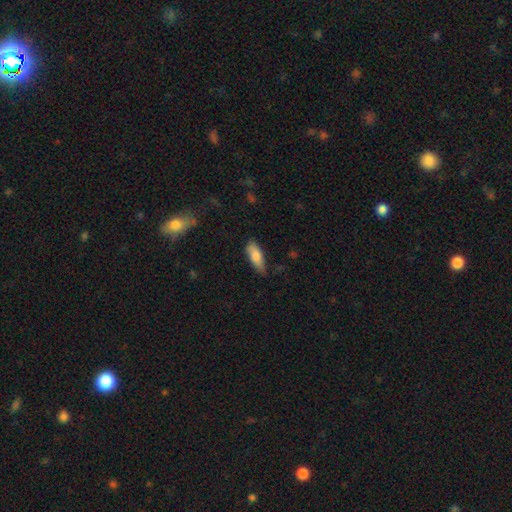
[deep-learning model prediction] This appears to be a smooth galaxy with no disk features (80%) that is in between round and cigar-shaped (67%). Merging: none (67%).